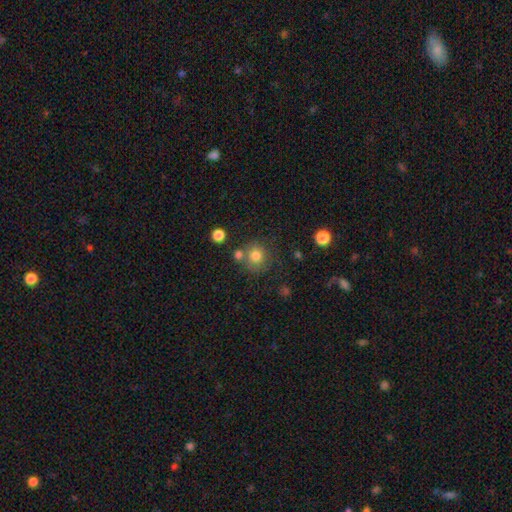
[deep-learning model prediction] A smooth galaxy with no disk features (78%) that is round (90%). Merging: none (67%).